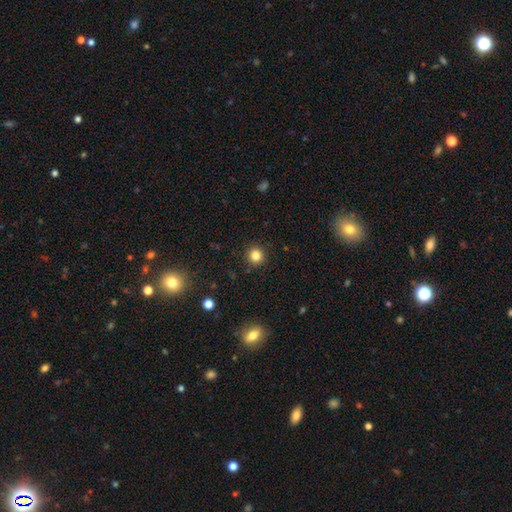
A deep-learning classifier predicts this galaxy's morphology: Q: Smooth or featured?
A: smooth (83%); runner-up: star or artifact (12%)
Q: How rounded?
A: round (93%); runner-up: in between (6%)
Q: Merging?
A: none (92%); runner-up: minor disturbance (5%)